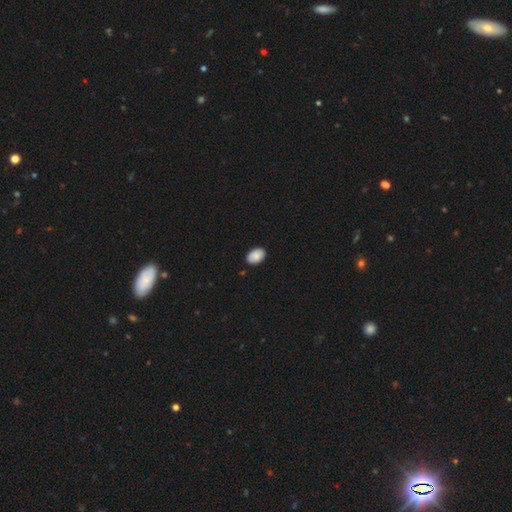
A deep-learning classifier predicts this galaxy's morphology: smooth 87%, star or artifact 7%, featured or disk 6%. Down the decision tree: how rounded — in between (89%); merging — none (87%).